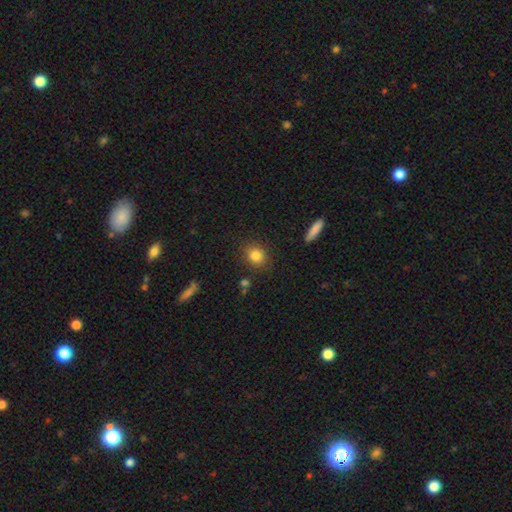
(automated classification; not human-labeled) Morphology: type=smooth (83%); roundness=round (74%); merging=none (85%).